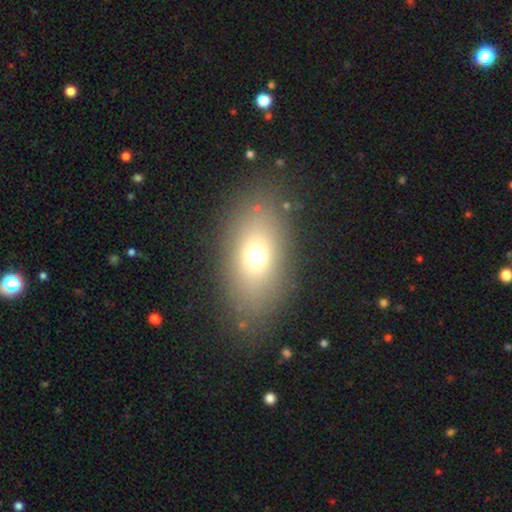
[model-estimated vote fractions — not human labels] smooth_or_featured: smooth (p=0.69) [alt: featured or disk p=0.17]
how_rounded: in between (p=0.82) [alt: round p=0.15]
merging: none (p=0.83) [alt: minor disturbance p=0.10]